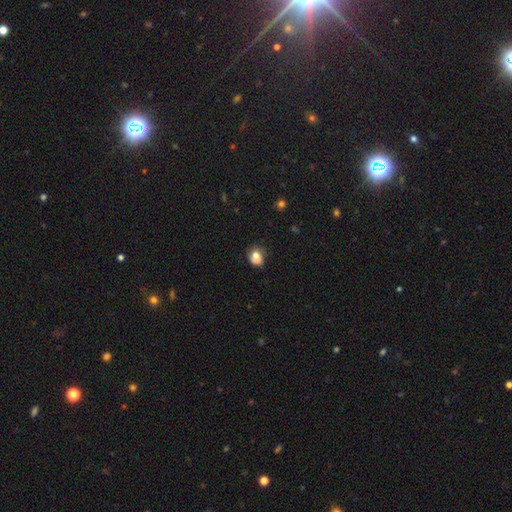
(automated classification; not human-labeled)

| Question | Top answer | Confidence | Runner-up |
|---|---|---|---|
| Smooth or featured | smooth | 71% | featured or disk (18%) |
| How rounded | round | 55% | in between (44%) |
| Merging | none | 50% | minor disturbance (32%) |